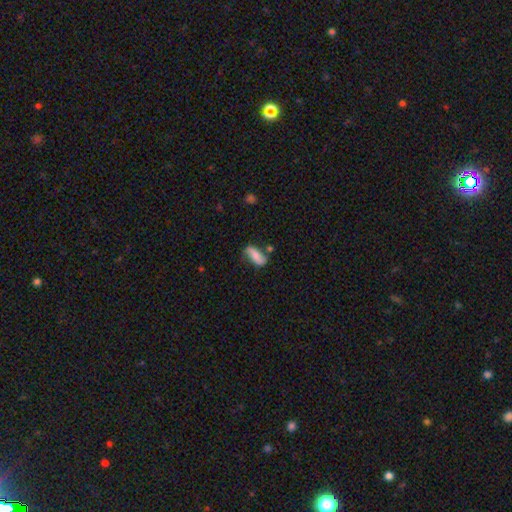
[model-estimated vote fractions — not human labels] This appears to be a smooth galaxy with no disk features (48%). Merging: none (57%).